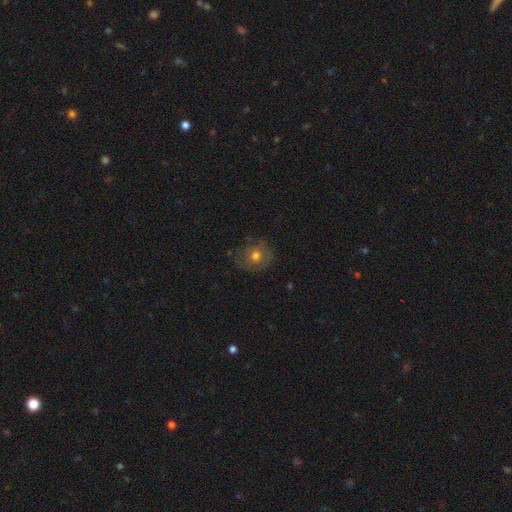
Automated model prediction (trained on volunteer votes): Q: Smooth or featured?
A: smooth (54%); runner-up: featured or disk (34%)
Q: How rounded?
A: round (83%); runner-up: in between (16%)
Q: Merging?
A: none (70%); runner-up: minor disturbance (20%)